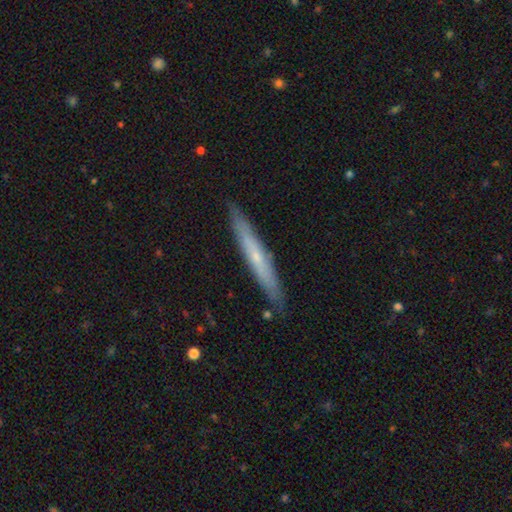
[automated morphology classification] Smooth or featured?
  - featured or disk: 52% *
  - smooth: 42%
  - star or artifact: 6%
Edge-on disk?
  - yes: 89% *
  - no: 11%
Merging?
  - none: 88% *
  - minor disturbance: 9%
  - major disturbance: 2%
  - merger: 1%